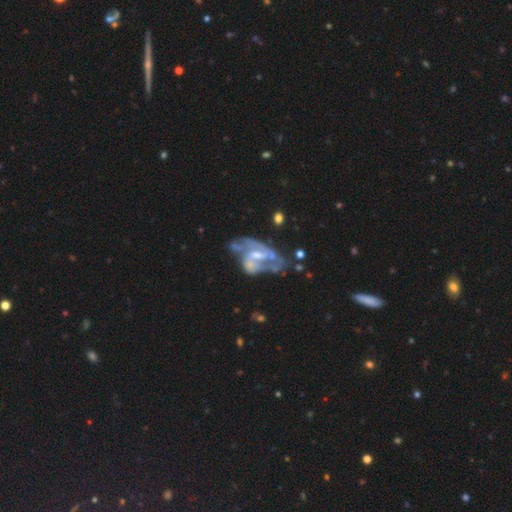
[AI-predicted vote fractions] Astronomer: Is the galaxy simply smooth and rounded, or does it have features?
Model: featured or disk — 86%.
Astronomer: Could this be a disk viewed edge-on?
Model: no — 97%.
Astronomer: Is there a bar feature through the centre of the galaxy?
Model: weak — 48% (runner-up: strong, 27%).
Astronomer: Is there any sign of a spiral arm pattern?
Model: yes — 89%.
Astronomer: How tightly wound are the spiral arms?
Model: medium — 49% (runner-up: loose, 27%).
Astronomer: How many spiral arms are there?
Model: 2 — 66%.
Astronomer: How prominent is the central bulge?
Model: moderate — 46% (runner-up: small, 43%).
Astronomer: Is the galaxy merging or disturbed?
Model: none — 41% (runner-up: major disturbance, 27%).